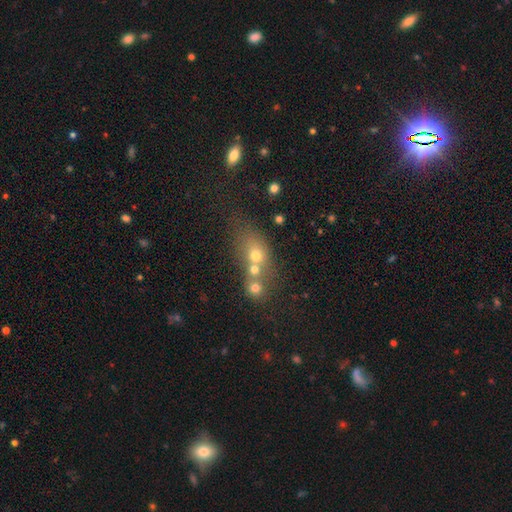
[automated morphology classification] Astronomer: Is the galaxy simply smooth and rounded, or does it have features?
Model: smooth — 61%.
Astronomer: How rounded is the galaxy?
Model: round — 49% (runner-up: in between, 46%).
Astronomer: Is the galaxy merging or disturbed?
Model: merger — 57%.